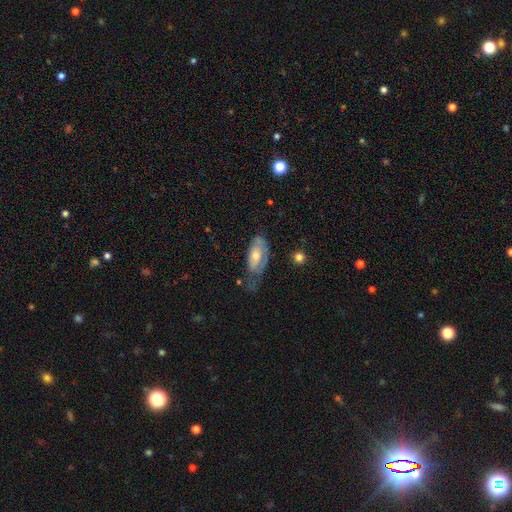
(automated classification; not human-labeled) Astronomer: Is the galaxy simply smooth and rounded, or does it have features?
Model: featured or disk — 53% (runner-up: smooth, 40%).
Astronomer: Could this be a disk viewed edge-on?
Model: no — 86%.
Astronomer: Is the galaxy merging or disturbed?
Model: none — 39% (runner-up: minor disturbance, 33%).